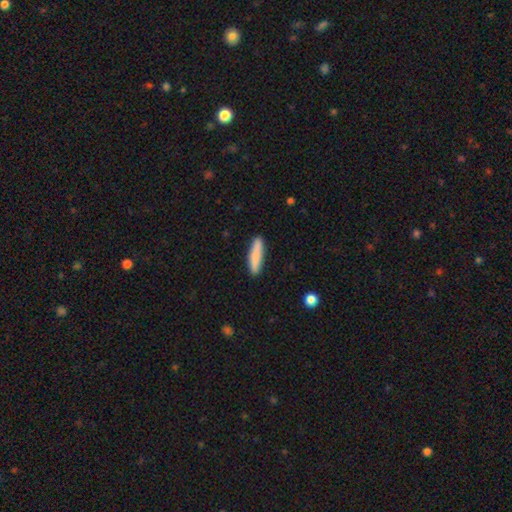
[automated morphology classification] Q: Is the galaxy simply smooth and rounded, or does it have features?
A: smooth — 84%.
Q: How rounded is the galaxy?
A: cigar-shaped — 83%.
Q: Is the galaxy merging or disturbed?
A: none — 87%.